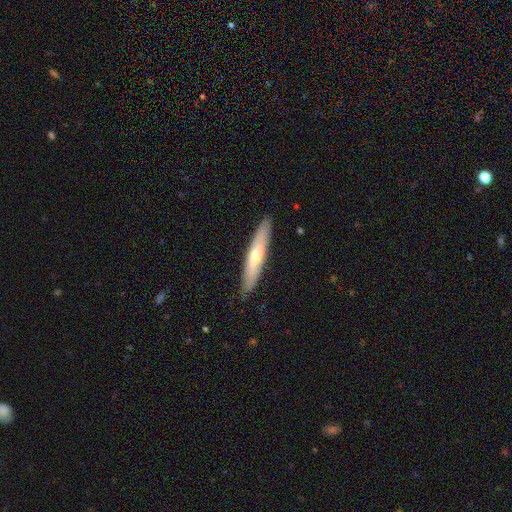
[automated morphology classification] Overall: smooth (51%; featured or disk 44%). How rounded: cigar-shaped (88%). Merging: none (88%).